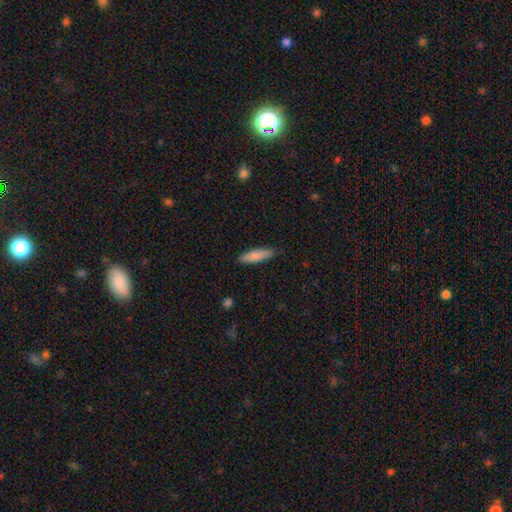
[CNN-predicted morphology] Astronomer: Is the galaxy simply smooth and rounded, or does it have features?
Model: smooth — 85%.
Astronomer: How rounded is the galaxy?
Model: cigar-shaped — 64%.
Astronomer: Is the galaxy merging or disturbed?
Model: none — 87%.